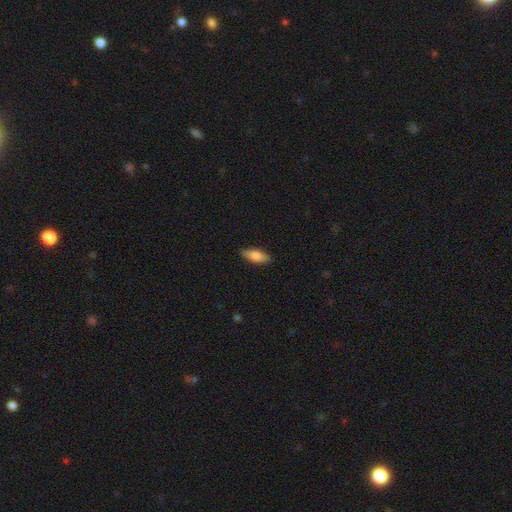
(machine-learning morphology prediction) smooth 77%, featured or disk 17%, star or artifact 6%. Down the decision tree: how rounded — in between (68%); merging — none (87%).